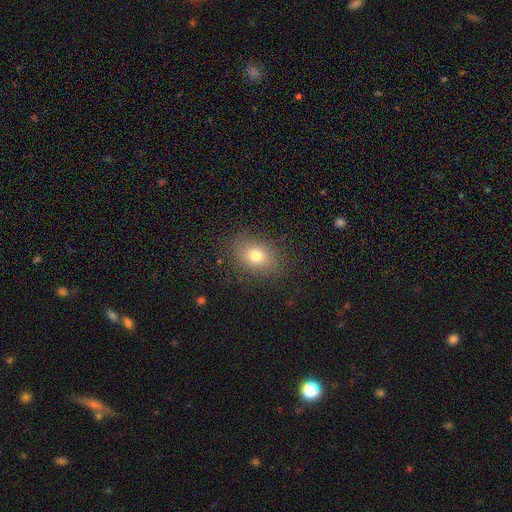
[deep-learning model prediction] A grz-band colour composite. It shows a smooth galaxy with no disk features (75%) that is in between round and cigar-shaped (60%). Merging: none (84%).